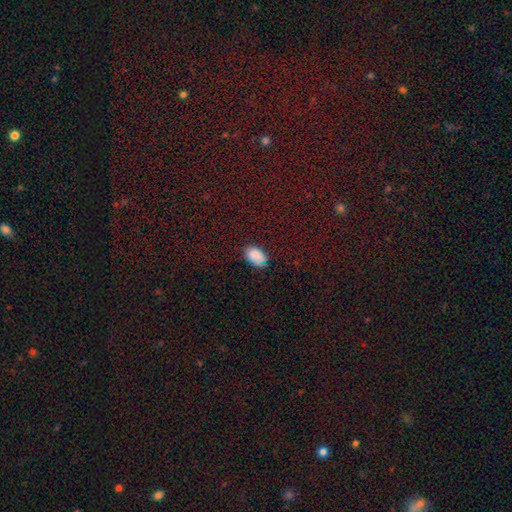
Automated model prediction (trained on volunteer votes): This is clearly a smooth galaxy (82%). How rounded: clearly in between (91%). Merging: likely none (73%).